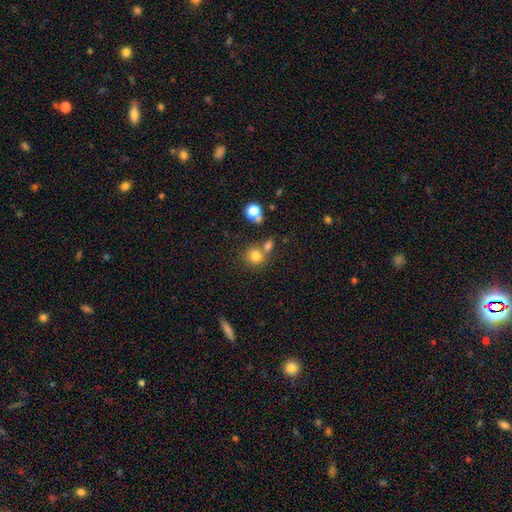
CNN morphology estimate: A smooth galaxy with no disk features (79%) that is round (84%). Merging: none (58%).